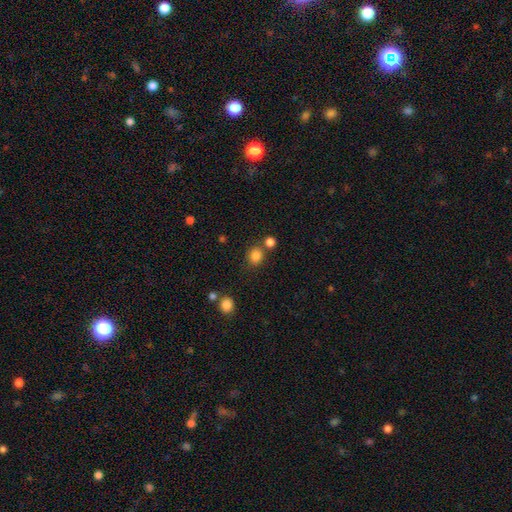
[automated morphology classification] smooth 83%, star or artifact 12%, featured or disk 4%. Down the decision tree: how rounded — round (73%); merging — none (71%).